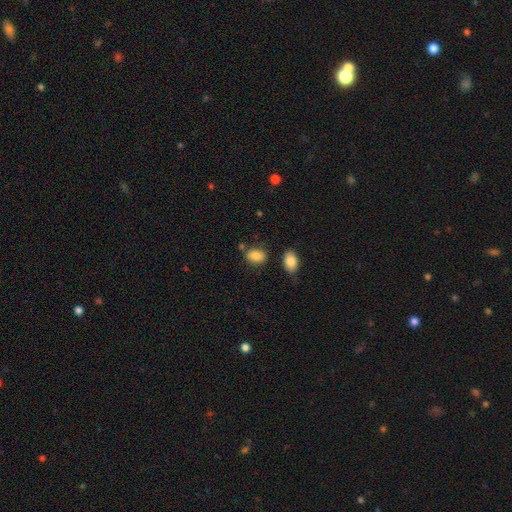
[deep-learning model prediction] Smooth or featured?
  - smooth: 85% *
  - star or artifact: 8%
  - featured or disk: 6%
How rounded?
  - in between: 79% *
  - round: 19%
  - cigar-shaped: 2%
Merging?
  - none: 74% *
  - minor disturbance: 15%
  - merger: 7%
  - major disturbance: 4%